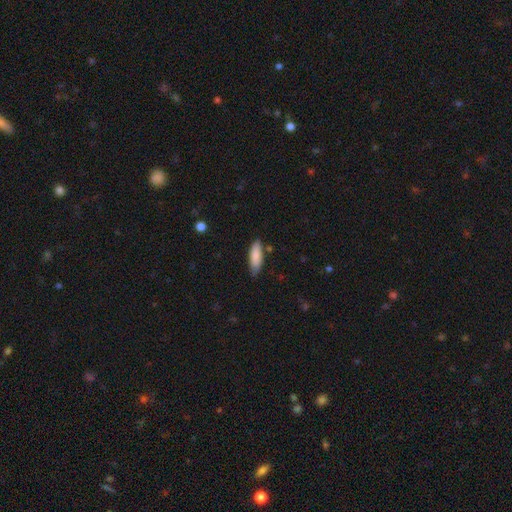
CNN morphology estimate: This is clearly a smooth galaxy (85%). How rounded: likely in between (62%). Merging: likely none (76%).